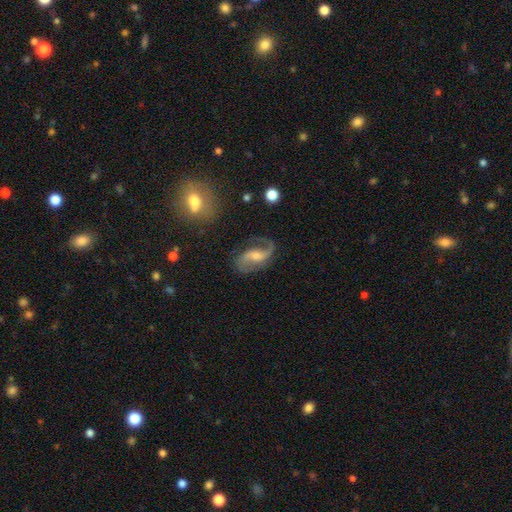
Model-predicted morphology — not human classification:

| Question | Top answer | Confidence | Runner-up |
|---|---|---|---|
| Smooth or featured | featured or disk | 86% | smooth (8%) |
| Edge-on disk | no | 97% | yes (3%) |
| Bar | weak | 44% | no (33%) |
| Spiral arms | yes | 96% | no (4%) |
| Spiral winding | loose | 57% | medium (34%) |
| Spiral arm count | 2 | 87% | 1 (7%) |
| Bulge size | moderate | 46% | small (45%) |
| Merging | none | 72% | minor disturbance (16%) |